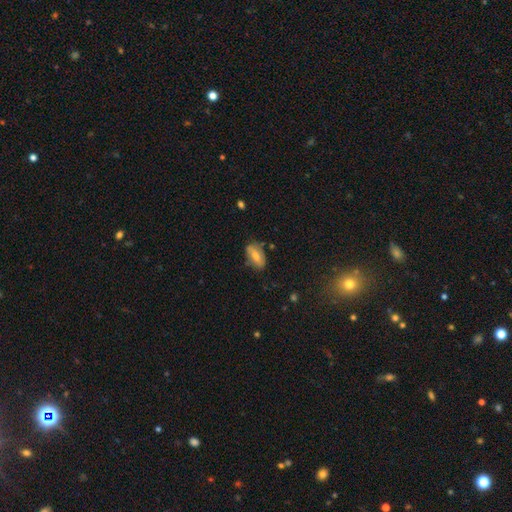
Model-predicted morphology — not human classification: Smooth or featured: smooth — 61% (featured or disk — 31%)
How rounded: in between — 88% (cigar-shaped — 7%)
Merging: none — 71% (minor disturbance — 21%)